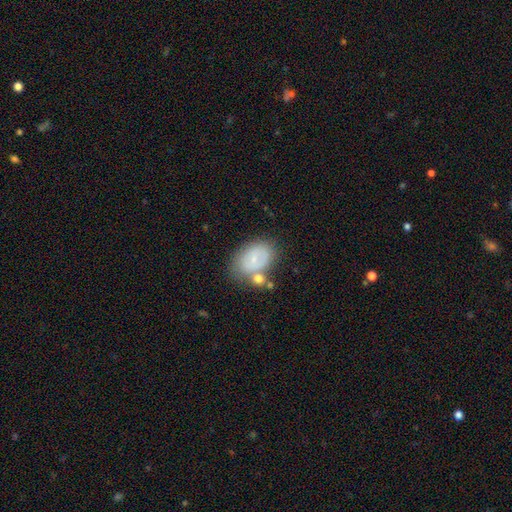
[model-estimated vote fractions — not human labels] This appears to be a smooth galaxy with no disk features (56%) that is in between round and cigar-shaped (80%). Merging: none (53%).